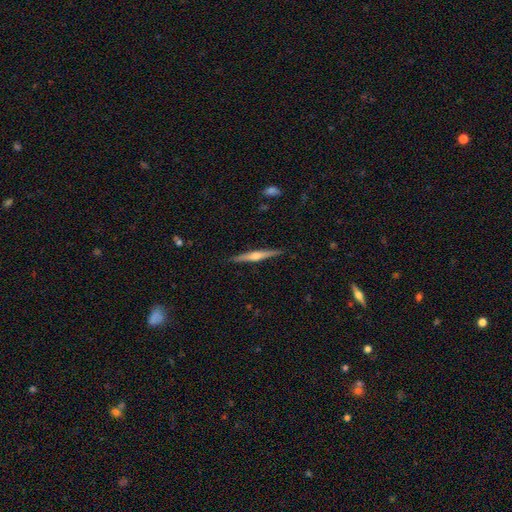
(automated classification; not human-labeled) featured or disk 71%, smooth 23%, star or artifact 6%. Down the decision tree: edge-on disk — yes (98%); edge-on bulge — rounded (86%); merging — none (91%).